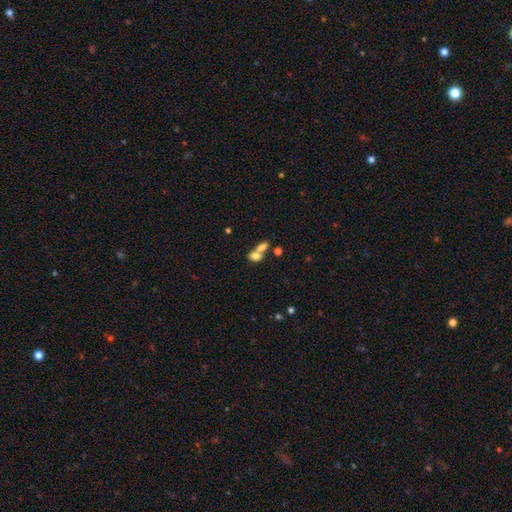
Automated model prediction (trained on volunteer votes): Q: Smooth or featured?
A: smooth (75%); runner-up: featured or disk (15%)
Q: How rounded?
A: in between (72%); runner-up: round (24%)
Q: Merging?
A: merger (66%); runner-up: none (22%)